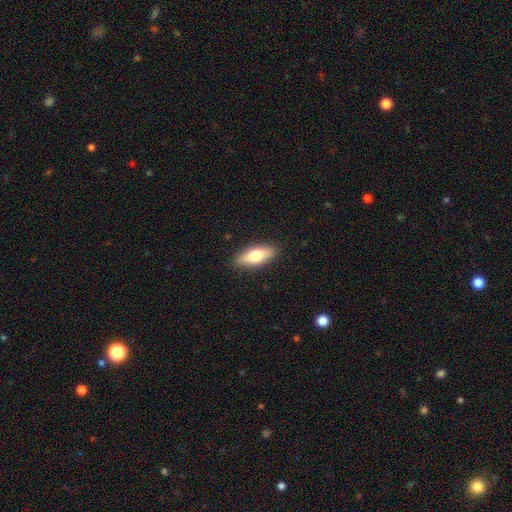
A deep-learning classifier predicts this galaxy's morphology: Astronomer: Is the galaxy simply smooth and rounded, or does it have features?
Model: smooth — 69%.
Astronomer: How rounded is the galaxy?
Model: in between — 74%.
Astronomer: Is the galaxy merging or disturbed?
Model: none — 89%.